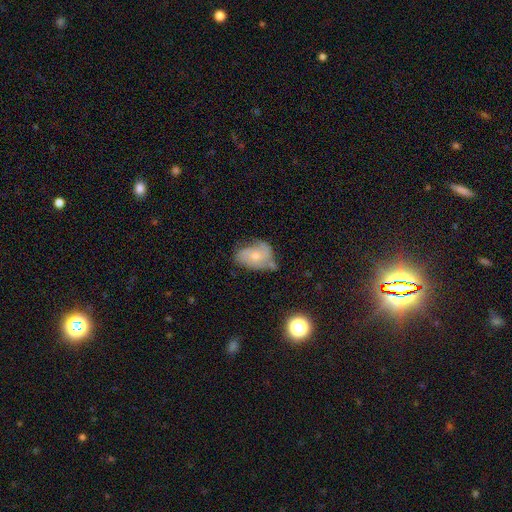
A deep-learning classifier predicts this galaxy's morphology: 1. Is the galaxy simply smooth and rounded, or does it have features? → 50% featured or disk, 42% smooth, 9% star or artifact.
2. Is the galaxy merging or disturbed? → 38% none, 35% minor disturbance, 17% major disturbance, 10% merger.